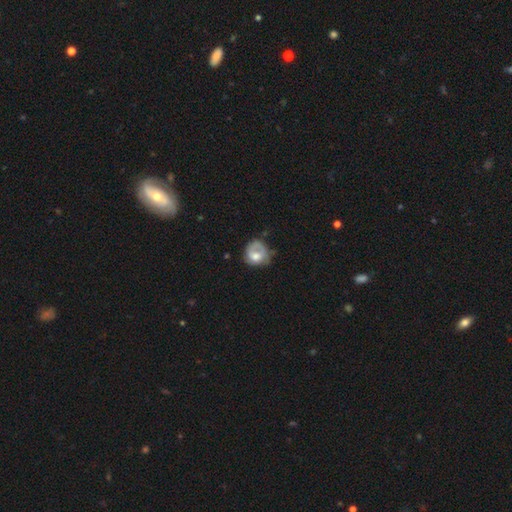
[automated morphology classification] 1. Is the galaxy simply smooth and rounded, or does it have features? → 56% smooth, 37% featured or disk, 8% star or artifact.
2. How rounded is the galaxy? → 68% round, 31% in between, 1% cigar-shaped.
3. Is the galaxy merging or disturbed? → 41% none, 30% minor disturbance, 26% major disturbance, 3% merger.